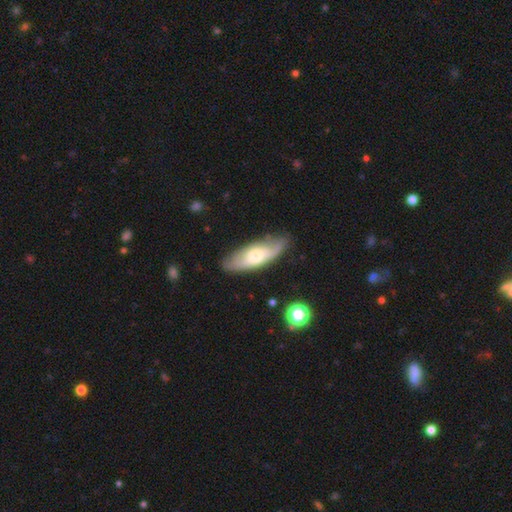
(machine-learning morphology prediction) smooth_or_featured: featured or disk (p=0.57) [alt: smooth p=0.37]
disk_edge_on: no (p=0.76) [alt: yes p=0.24]
merging: none (p=0.76) [alt: minor disturbance p=0.18]